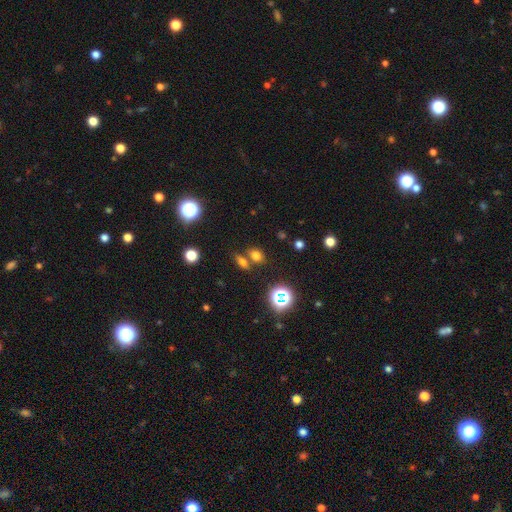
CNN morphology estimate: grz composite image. It shows a smooth galaxy with no disk features (68%) that is in between round and cigar-shaped (67%). Merging: none (60%).